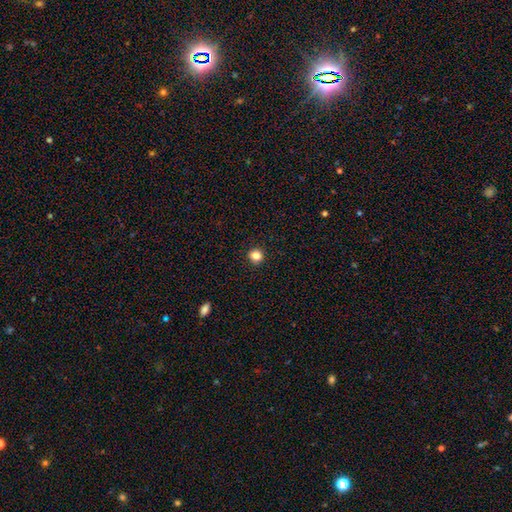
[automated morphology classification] This appears to be a smooth galaxy with no disk features (84%) that is round (89%). Merging: none (92%).